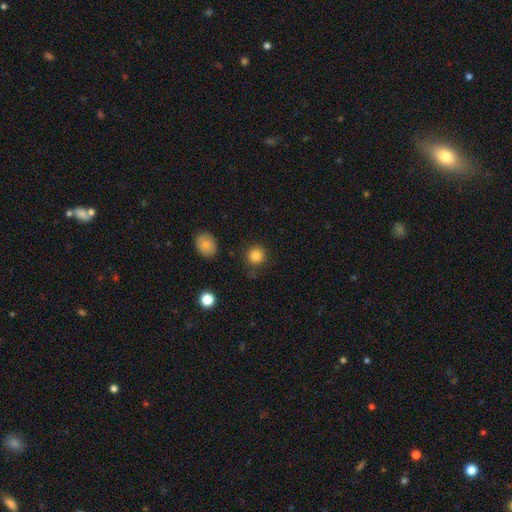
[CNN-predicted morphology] The model was most divided on "smooth or featured": smooth: 85%, star or artifact: 11%, featured or disk: 4%. More confident: how rounded — round (93%); merging — none (85%).